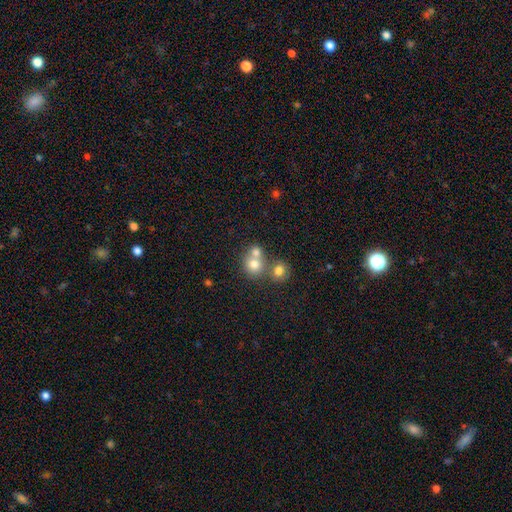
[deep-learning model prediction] Smooth or featured?
  - smooth: 66% *
  - star or artifact: 19%
  - featured or disk: 15%
How rounded?
  - round: 83% *
  - in between: 16%
  - cigar-shaped: 1%
Merging?
  - merger: 49% *
  - none: 42%
  - minor disturbance: 6%
  - major disturbance: 3%